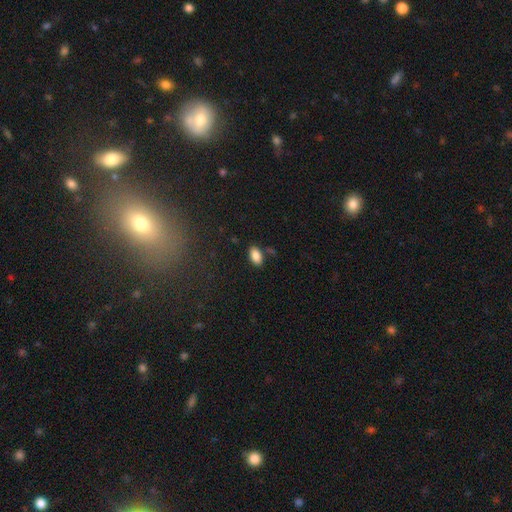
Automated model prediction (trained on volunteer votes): Q: Smooth or featured?
A: smooth (87%); runner-up: star or artifact (8%)
Q: How rounded?
A: in between (93%); runner-up: round (4%)
Q: Merging?
A: none (82%); runner-up: minor disturbance (11%)